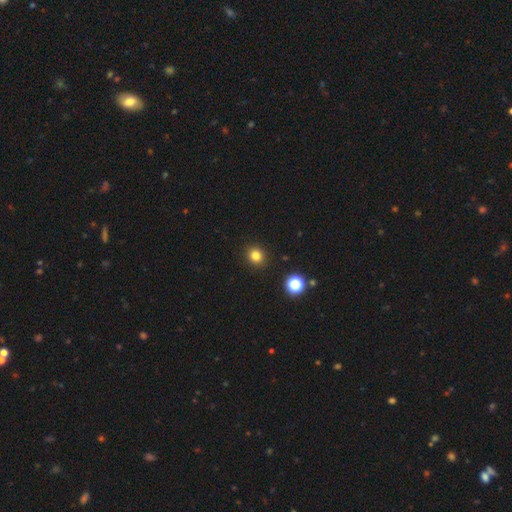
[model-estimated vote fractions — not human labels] A smooth galaxy with no disk features (81%) that is round (85%).

Vote fractions:
- Smooth or featured? smooth: 81% / star or artifact: 14% / featured or disk: 5%
- How rounded? round: 85% / in between: 14% / cigar-shaped: 1%
- Merging? none: 92% / minor disturbance: 5% / major disturbance: 2% / merger: 1%